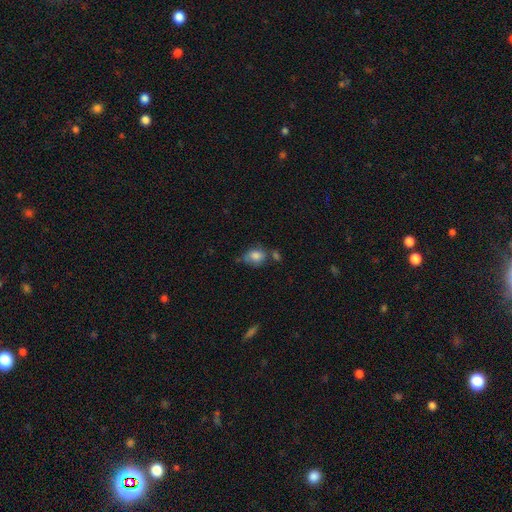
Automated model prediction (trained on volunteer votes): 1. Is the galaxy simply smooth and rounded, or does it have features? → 80% smooth, 11% featured or disk, 9% star or artifact.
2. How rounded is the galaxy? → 61% in between, 37% round, 1% cigar-shaped.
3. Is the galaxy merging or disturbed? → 44% none, 28% minor disturbance, 18% merger, 10% major disturbance.